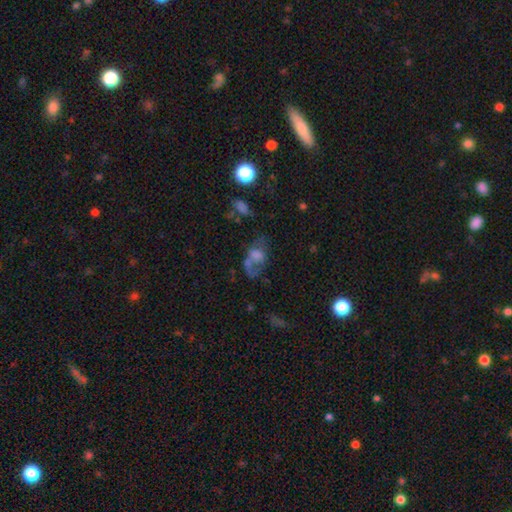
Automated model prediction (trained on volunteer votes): smooth-or-featured: smooth: 44% | featured or disk: 39% | star or artifact: 18%
  merging: major disturbance: 36% | none: 28% | merger: 20% | minor disturbance: 16%